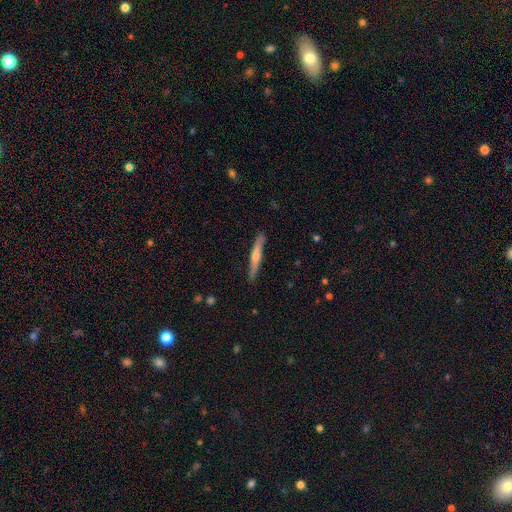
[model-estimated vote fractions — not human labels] The model was most divided on "smooth or featured": featured or disk: 65%, smooth: 29%, star or artifact: 6%. More confident: edge-on disk — yes (96%); merging — none (87%); edge-on bulge — rounded (80%).